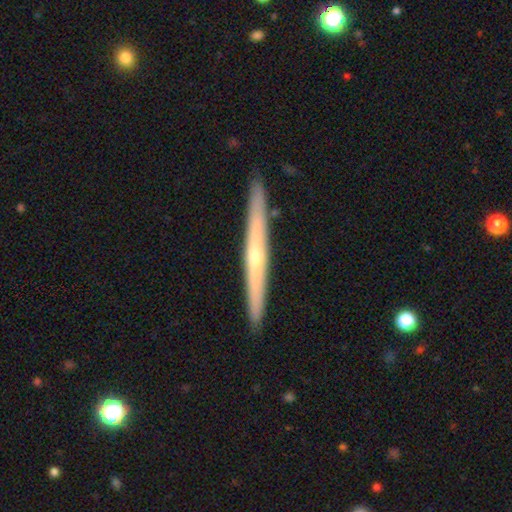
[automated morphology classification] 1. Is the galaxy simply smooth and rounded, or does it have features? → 67% featured or disk, 27% smooth, 6% star or artifact.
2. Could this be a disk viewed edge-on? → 97% yes, 3% no.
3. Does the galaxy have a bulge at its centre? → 60% rounded, 38% none, 3% boxy.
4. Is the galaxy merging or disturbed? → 92% none, 6% minor disturbance, 1% major disturbance, 1% merger.